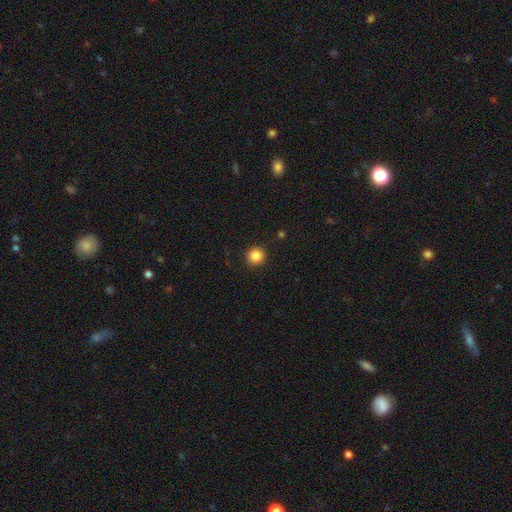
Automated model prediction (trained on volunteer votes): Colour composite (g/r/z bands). It shows a smooth galaxy with no disk features (85%) that is round (95%). Merging: none (92%).